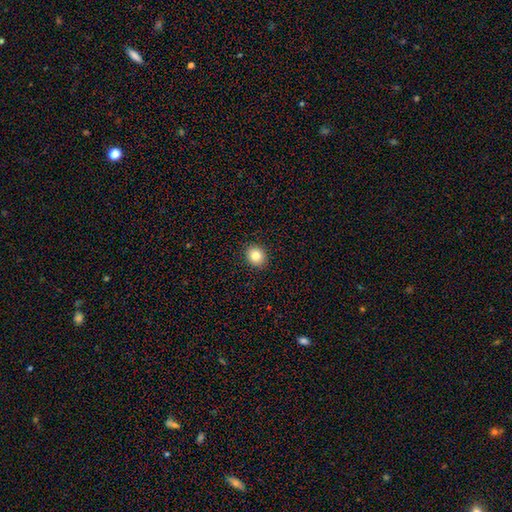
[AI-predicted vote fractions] Smooth or featured: smooth — 83% (star or artifact — 10%)
How rounded: round — 71% (in between — 28%)
Merging: none — 92% (minor disturbance — 6%)